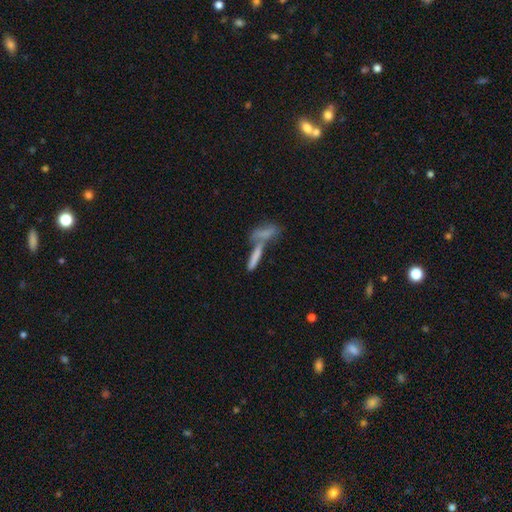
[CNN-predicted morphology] The model was most divided on "merging": merger: 54%, none: 33%, minor disturbance: 8%, major disturbance: 5%. More confident: how rounded — cigar-shaped (77%); smooth or featured — smooth (68%).